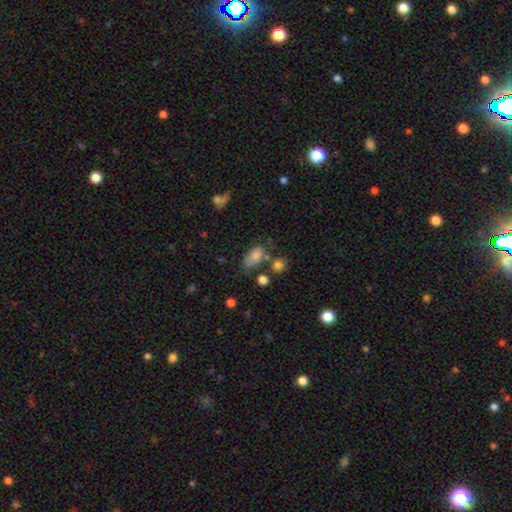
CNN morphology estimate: smooth-or-featured: smooth: 71% | featured or disk: 16% | star or artifact: 13%
  how-rounded: in between: 86% | round: 11% | cigar-shaped: 3%
  merging: none: 49% | minor disturbance: 25% | merger: 13% | major disturbance: 13%